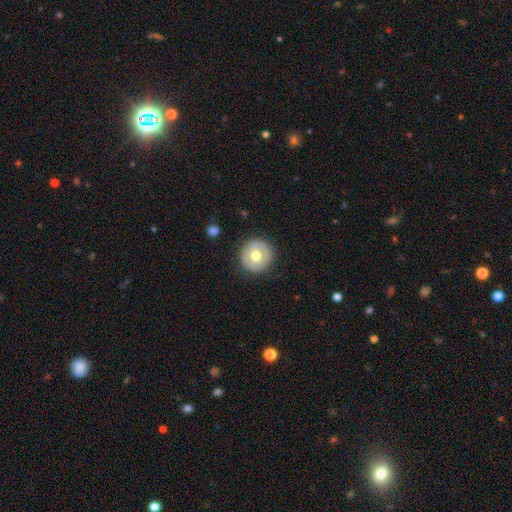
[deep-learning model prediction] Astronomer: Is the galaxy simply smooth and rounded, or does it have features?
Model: smooth — 51% (runner-up: featured or disk, 42%).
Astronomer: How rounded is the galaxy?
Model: round — 93%.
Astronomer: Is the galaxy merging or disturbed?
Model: none — 86%.